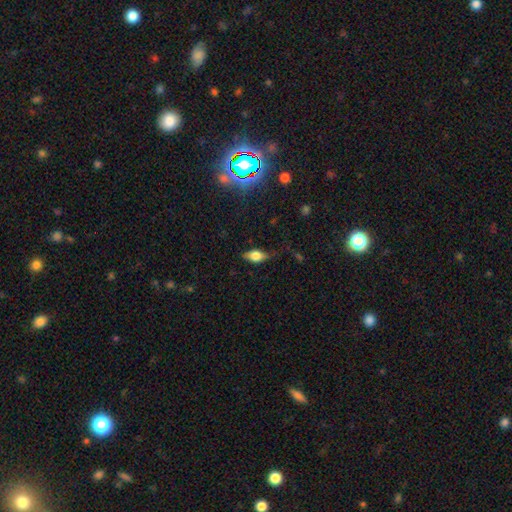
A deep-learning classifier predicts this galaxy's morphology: Smooth or featured? Predicted: smooth (p=0.61). How rounded? Predicted: in between (p=0.81). Merging? Predicted: none (p=0.66).